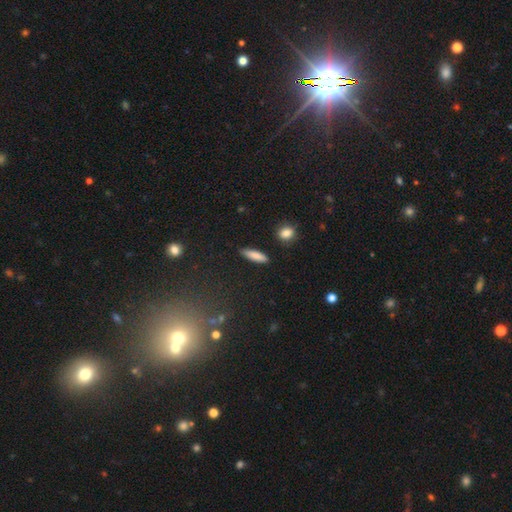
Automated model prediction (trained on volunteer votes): Smooth or featured? Predicted: smooth (p=0.84). How rounded? Predicted: cigar-shaped (p=0.71). Merging? Predicted: none (p=0.88).